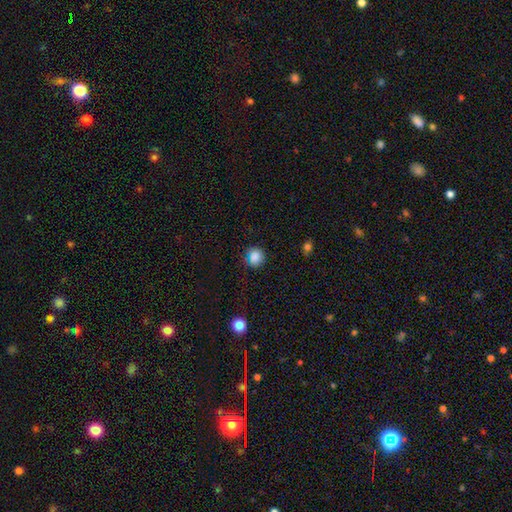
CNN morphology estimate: A smooth galaxy with no disk features (85%) that is round (85%).

Vote fractions:
- Smooth or featured? smooth: 85% / star or artifact: 11% / featured or disk: 4%
- How rounded? round: 85% / in between: 14% / cigar-shaped: 1%
- Merging? none: 78% / minor disturbance: 15% / major disturbance: 4% / merger: 3%